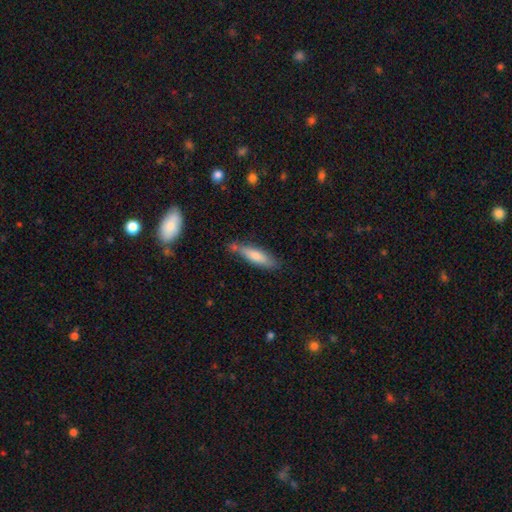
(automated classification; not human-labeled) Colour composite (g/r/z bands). It shows a smooth galaxy with no disk features (75%) that is cigar-shaped (68%). Merging: none (69%).